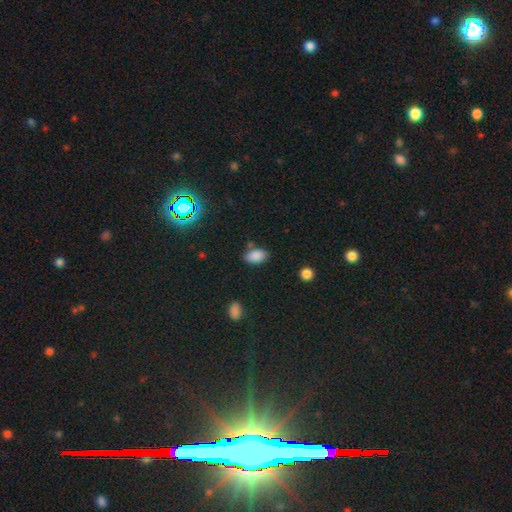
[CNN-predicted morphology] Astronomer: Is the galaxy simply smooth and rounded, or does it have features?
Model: smooth — 86%.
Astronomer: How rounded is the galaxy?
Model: in between — 91%.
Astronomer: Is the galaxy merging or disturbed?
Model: none — 76%.